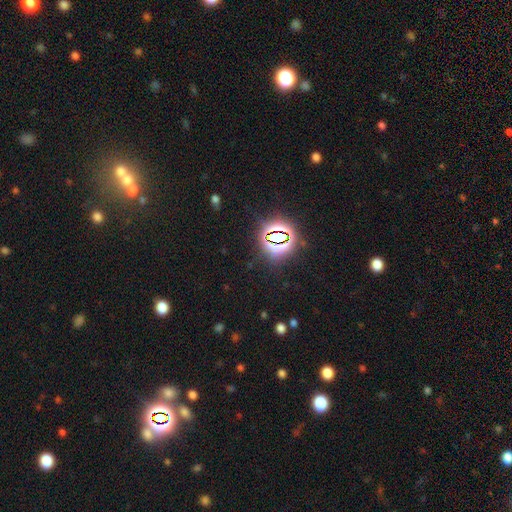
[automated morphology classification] smooth_or_featured: star or artifact (p=0.81) [alt: smooth p=0.12]